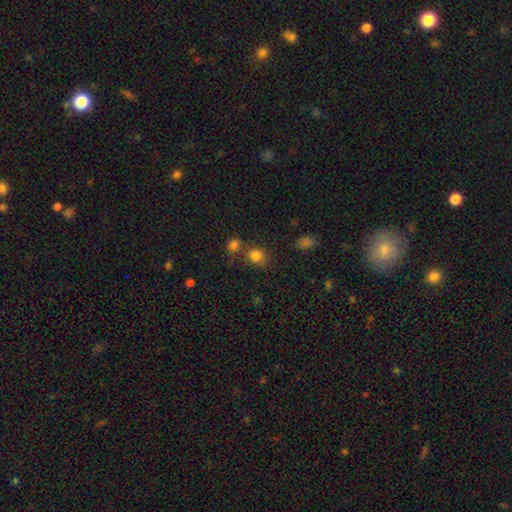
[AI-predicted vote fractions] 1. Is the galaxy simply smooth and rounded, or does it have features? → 80% smooth, 13% star or artifact, 6% featured or disk.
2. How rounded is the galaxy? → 71% round, 28% in between, 1% cigar-shaped.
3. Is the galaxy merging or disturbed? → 58% none, 25% merger, 12% minor disturbance, 5% major disturbance.